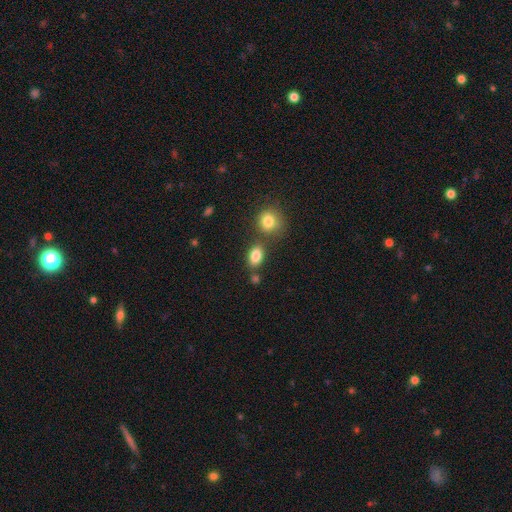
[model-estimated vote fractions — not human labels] This is clearly a smooth galaxy (84%). How rounded: clearly in between (83%). Merging: likely none (68%).